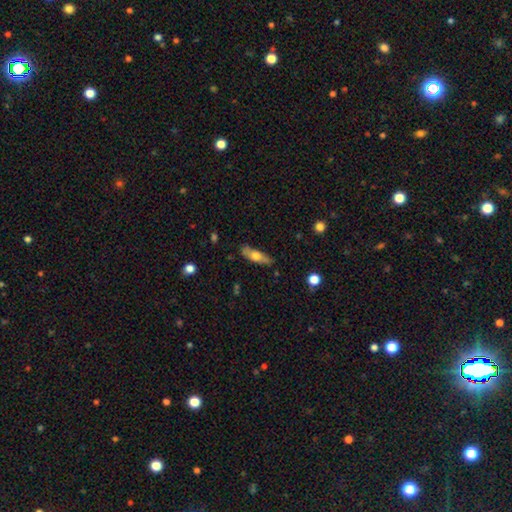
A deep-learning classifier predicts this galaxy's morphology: smooth_or_featured: smooth (p=0.57) [alt: featured or disk p=0.37]
how_rounded: cigar-shaped (p=0.49) [alt: in between p=0.48]
merging: none (p=0.79) [alt: minor disturbance p=0.16]